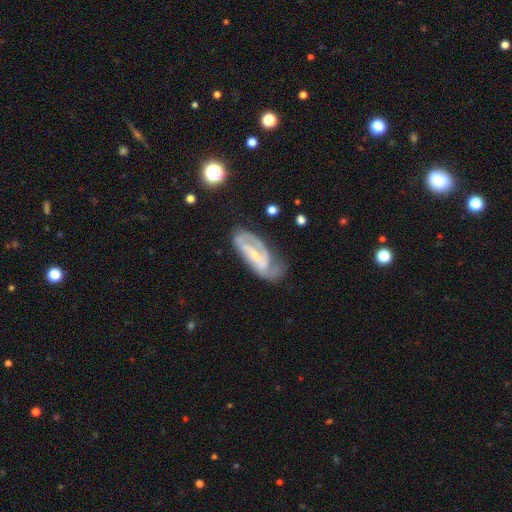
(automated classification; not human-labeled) Smooth or featured?
  - featured or disk: 79% *
  - smooth: 15%
  - star or artifact: 6%
Edge-on disk?
  - no: 92% *
  - yes: 8%
Bar?
  - weak: 37% * (tied)
  - strong: 37% * (tied)
  - no: 26%
Spiral arms?
  - yes: 90% *
  - no: 10%
Spiral winding?
  - medium: 42% *
  - tight: 41%
  - loose: 17%
Spiral arm count?
  - 2: 62% *
  - can't tell: 16%
  - 1: 15%
  - 3: 4%
  - 4: 1%
  - more than 4: 1%
Bulge size?
  - small: 64% *
  - moderate: 25%
  - none: 8%
  - large: 2%
  - dominant: 1%
Merging?
  - none: 51% *
  - minor disturbance: 26%
  - major disturbance: 19%
  - merger: 3%